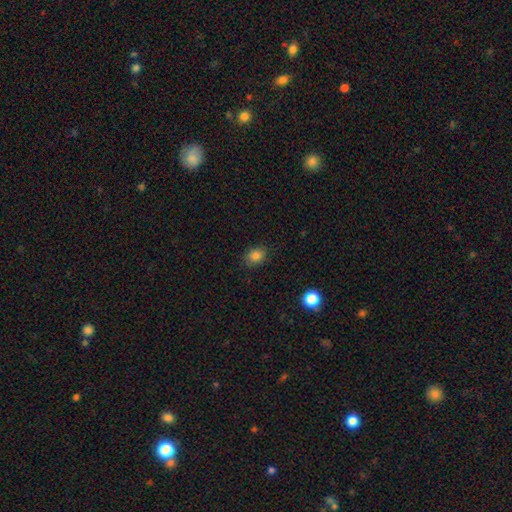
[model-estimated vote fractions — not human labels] Smooth or featured?
  - smooth: 83% *
  - star or artifact: 11%
  - featured or disk: 5%
How rounded?
  - in between: 50% *
  - round: 49%
  - cigar-shaped: 1%
Merging?
  - none: 84% *
  - minor disturbance: 12%
  - major disturbance: 3%
  - merger: 1%